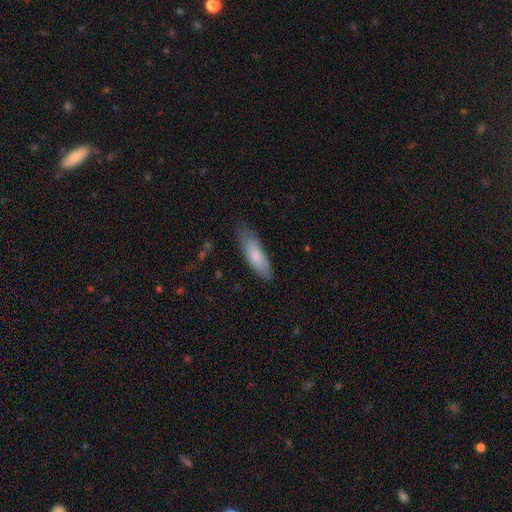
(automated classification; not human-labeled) The model was most divided on "how rounded": in between: 51%, cigar-shaped: 48%, round: 2%. More confident: smooth or featured — smooth (74%); merging — none (63%).